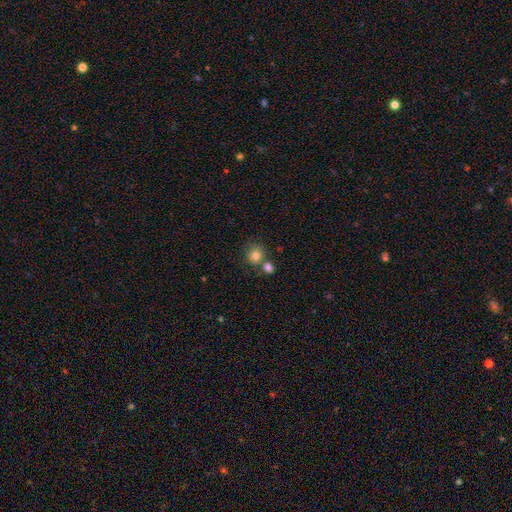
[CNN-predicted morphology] type=smooth (80%); roundness=round (84%); merging=none (58%).